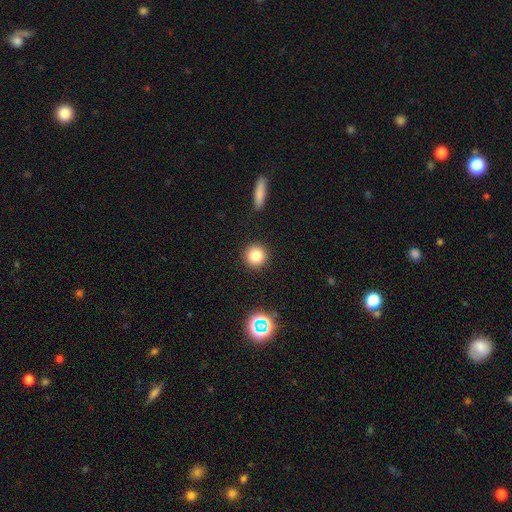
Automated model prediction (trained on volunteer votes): Morphology: type=smooth (81%); roundness=round (94%); merging=none (90%).